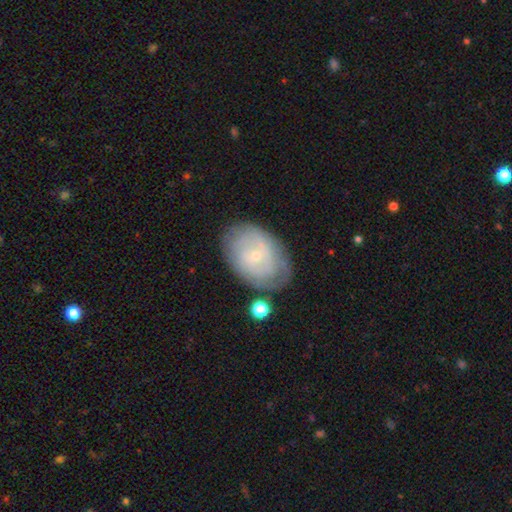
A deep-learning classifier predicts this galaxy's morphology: Smooth or featured? Predicted: featured or disk (p=0.62). Edge-on disk? Predicted: no (p=0.96). Bar? Predicted: no (p=0.74). Spiral arms? Predicted: yes (p=0.74). Bulge size? Predicted: small (p=0.81). Merging? Predicted: none (p=0.72).